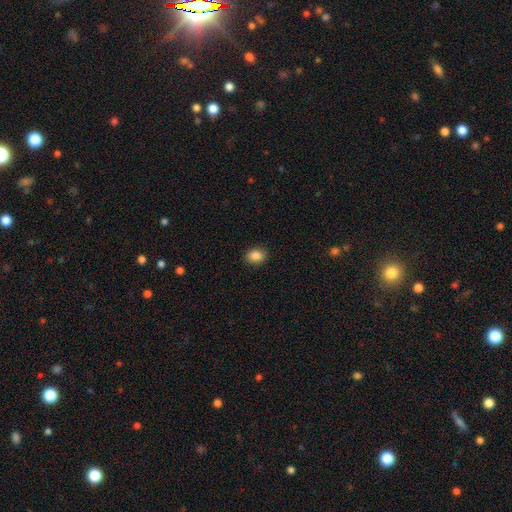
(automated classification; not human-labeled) Overall: smooth (87%). How rounded: in between (58%; round 41%). Merging: none (89%).